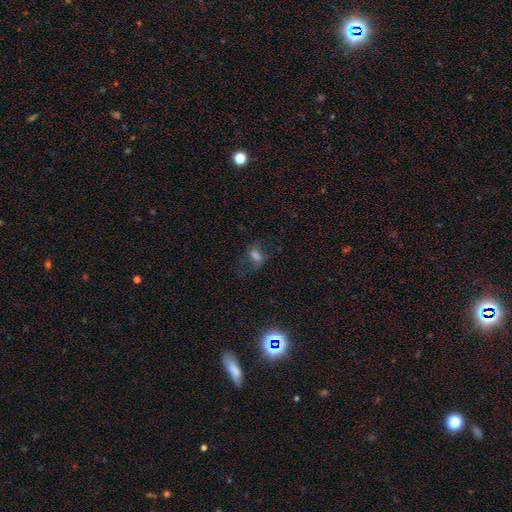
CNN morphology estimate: type=smooth (47%); merging=none (51%).